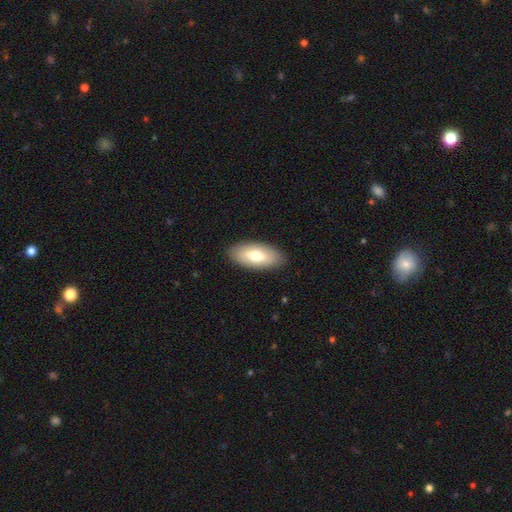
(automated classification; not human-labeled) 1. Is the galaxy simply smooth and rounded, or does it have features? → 70% smooth, 24% featured or disk, 6% star or artifact.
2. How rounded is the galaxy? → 90% in between, 8% cigar-shaped, 2% round.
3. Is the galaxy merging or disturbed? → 88% none, 9% minor disturbance, 2% major disturbance, 1% merger.